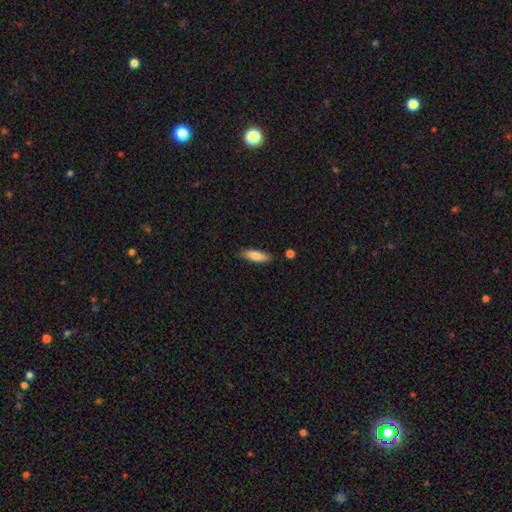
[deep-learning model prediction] Smooth or featured? smooth (82%)
How rounded? in between (50%)
Merging? none (81%)